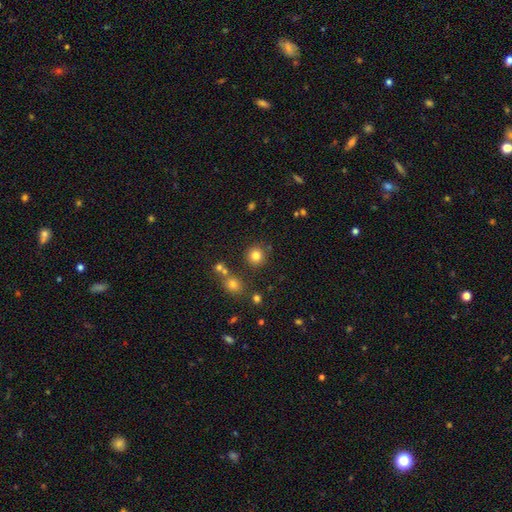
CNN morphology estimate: The model was most divided on "smooth or featured": smooth: 80%, star or artifact: 14%, featured or disk: 6%. More confident: how rounded — round (93%); merging — none (84%).